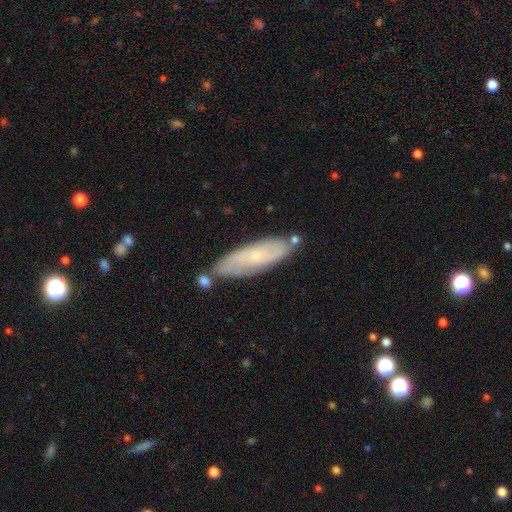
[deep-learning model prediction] Smooth or featured: featured or disk — 51% (smooth — 42%)
Edge-on disk: no — 76% (yes — 24%)
Merging: none — 71% (minor disturbance — 18%)